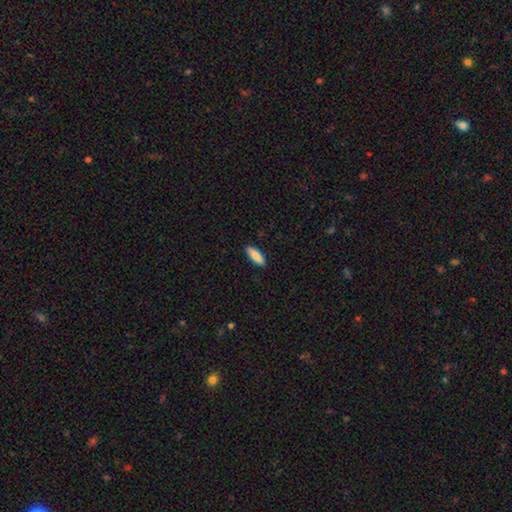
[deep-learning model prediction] Smooth or featured? Predicted: smooth (p=0.89). How rounded? Predicted: in between (p=0.54). Merging? Predicted: none (p=0.90).